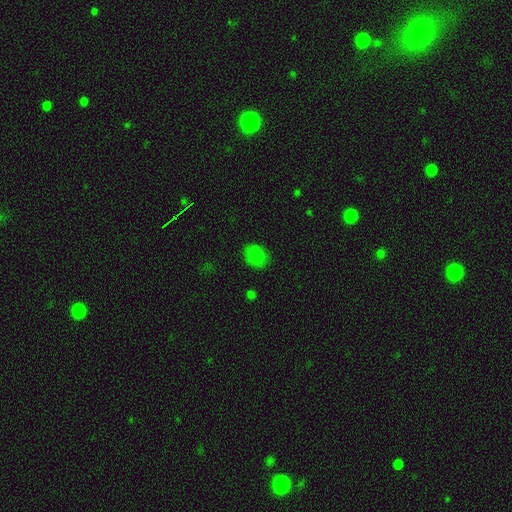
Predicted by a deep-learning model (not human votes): smooth 81%, star or artifact 14%, featured or disk 5%. Down the decision tree: how rounded — in between (54%); merging — none (84%).